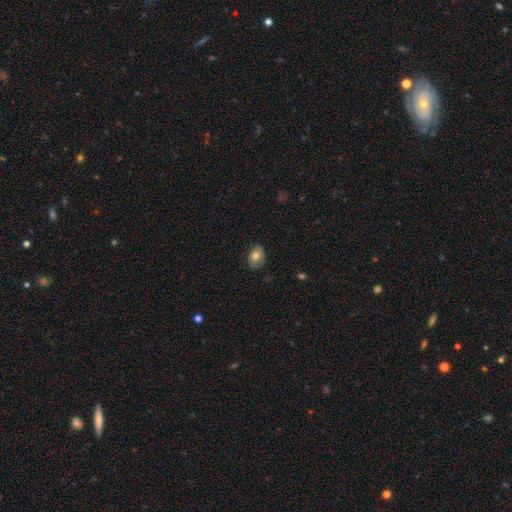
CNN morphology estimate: type=smooth (70%); roundness=in between (80%); merging=none (73%).